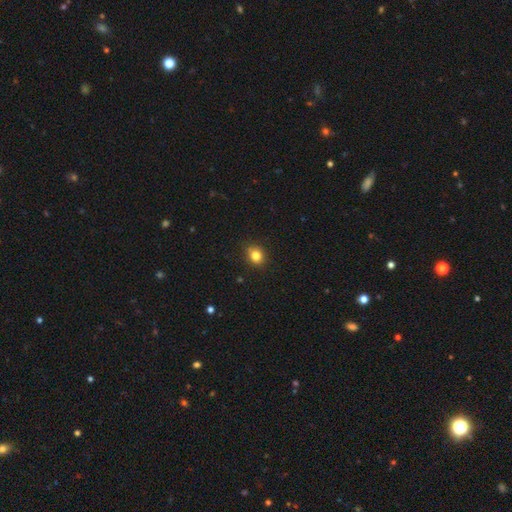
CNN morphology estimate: smooth_or_featured: smooth (p=0.82) [alt: star or artifact p=0.12]
how_rounded: round (p=0.69) [alt: in between p=0.30]
merging: none (p=0.87) [alt: minor disturbance p=0.09]